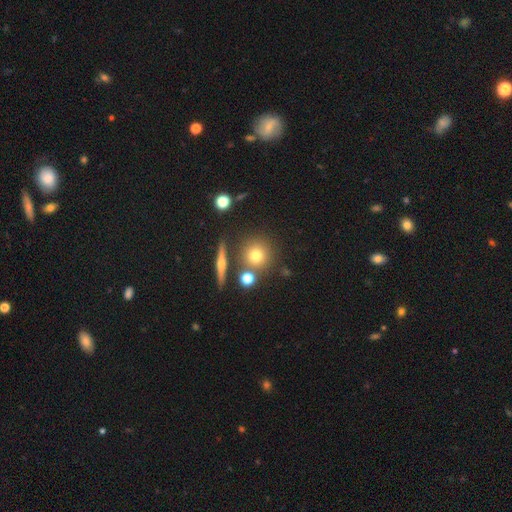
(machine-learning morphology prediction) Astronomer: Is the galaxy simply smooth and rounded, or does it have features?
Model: smooth — 69%.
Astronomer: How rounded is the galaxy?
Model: round — 90%.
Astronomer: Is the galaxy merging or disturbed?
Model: none — 76%.